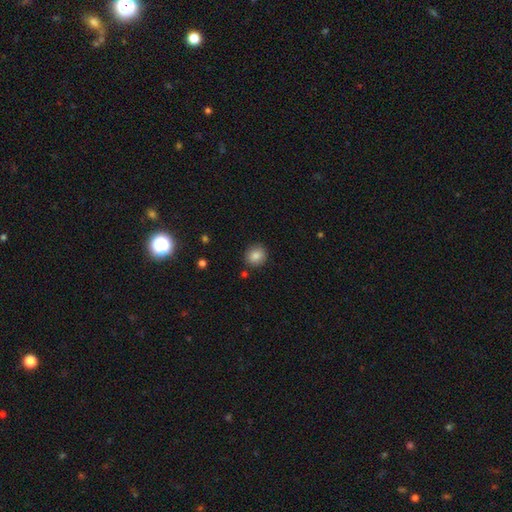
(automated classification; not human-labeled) A smooth galaxy with no disk features (85%) that is round (82%).

Vote fractions:
- Smooth or featured? smooth: 85% / star or artifact: 9% / featured or disk: 6%
- How rounded? round: 82% / in between: 17% / cigar-shaped: 1%
- Merging? none: 86% / minor disturbance: 9% / merger: 3% / major disturbance: 2%